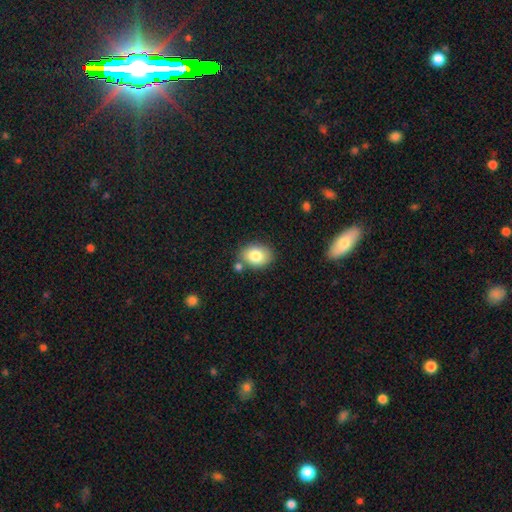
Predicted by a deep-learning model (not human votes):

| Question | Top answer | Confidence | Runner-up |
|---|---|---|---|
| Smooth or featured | smooth | 82% | featured or disk (10%) |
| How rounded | in between | 70% | round (29%) |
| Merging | none | 77% | minor disturbance (12%) |